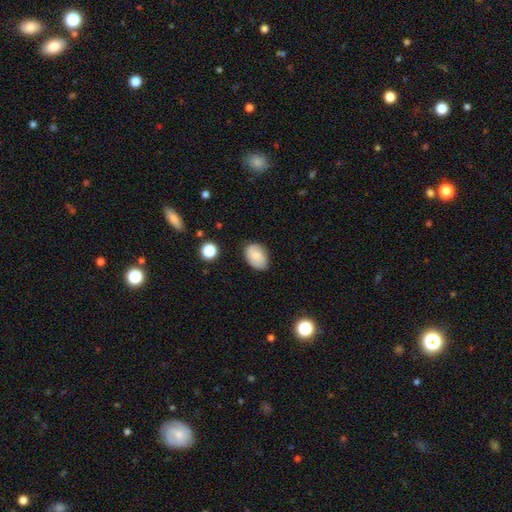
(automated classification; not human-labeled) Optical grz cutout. It shows a smooth galaxy with no disk features (80%) that is in between round and cigar-shaped (86%). Merging: none (81%).